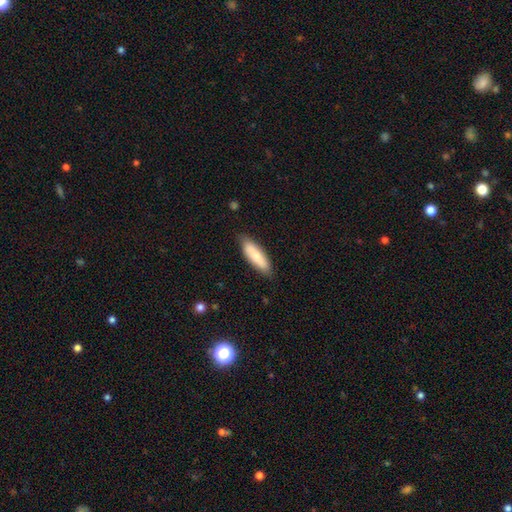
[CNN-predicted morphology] The model was most divided on "how rounded": in between: 53%, cigar-shaped: 45%, round: 2%. More confident: merging — none (81%); smooth or featured — smooth (72%).